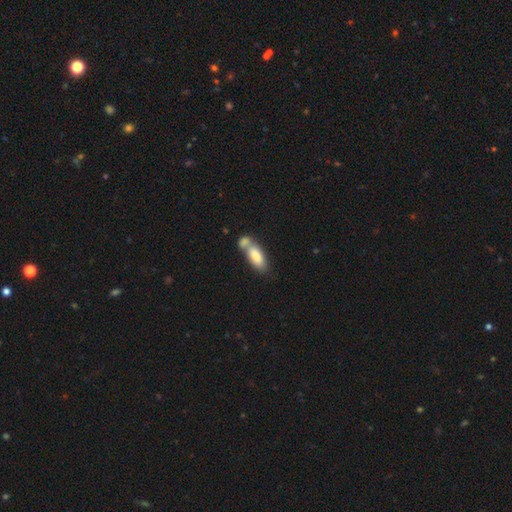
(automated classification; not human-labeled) This appears to be a smooth galaxy with no disk features (78%) that is in between round and cigar-shaped (79%). Merging: merger (56%).